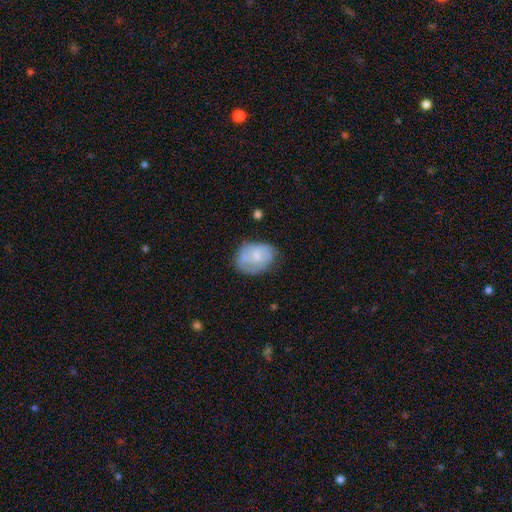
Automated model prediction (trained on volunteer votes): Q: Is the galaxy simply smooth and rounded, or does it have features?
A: smooth — 48%.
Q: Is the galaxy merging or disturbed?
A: none — 59%.